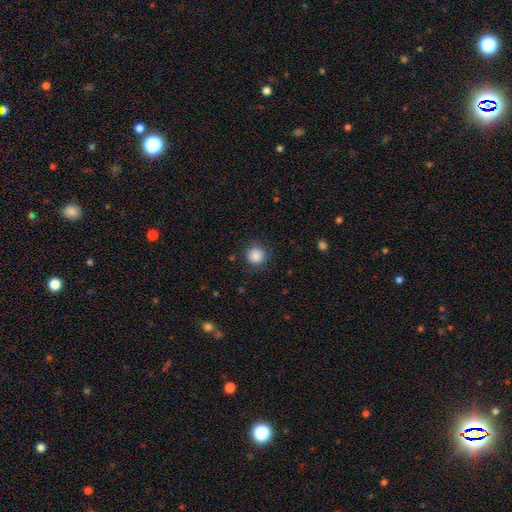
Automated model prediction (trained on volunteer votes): Smooth or featured: smooth — 87% (star or artifact — 10%)
How rounded: round — 94% (in between — 5%)
Merging: none — 89% (minor disturbance — 8%)